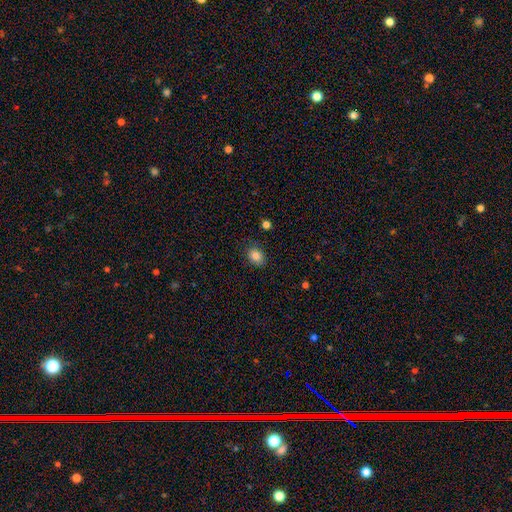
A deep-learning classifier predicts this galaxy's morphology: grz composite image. It shows a smooth galaxy with no disk features (85%) that is in between round and cigar-shaped (65%). Merging: none (82%).